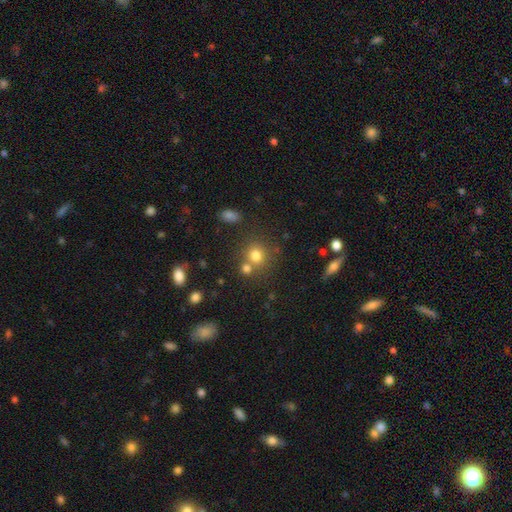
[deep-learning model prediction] This appears to be a smooth galaxy with no disk features (76%) that is round (84%). Merging: none (63%).